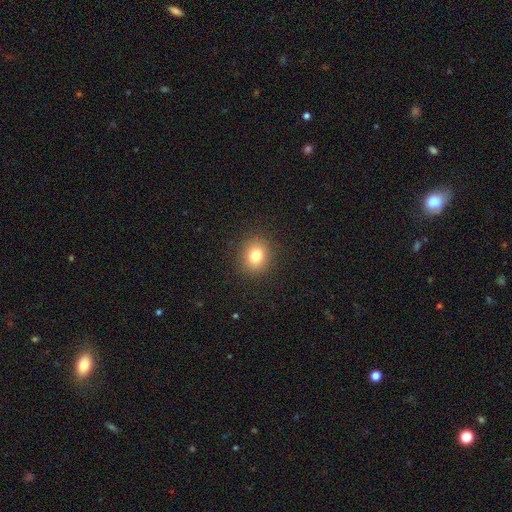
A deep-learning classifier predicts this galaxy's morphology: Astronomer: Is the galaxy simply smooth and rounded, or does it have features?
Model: smooth — 79%.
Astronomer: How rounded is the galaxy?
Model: round — 74%.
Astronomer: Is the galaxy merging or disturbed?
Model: none — 90%.